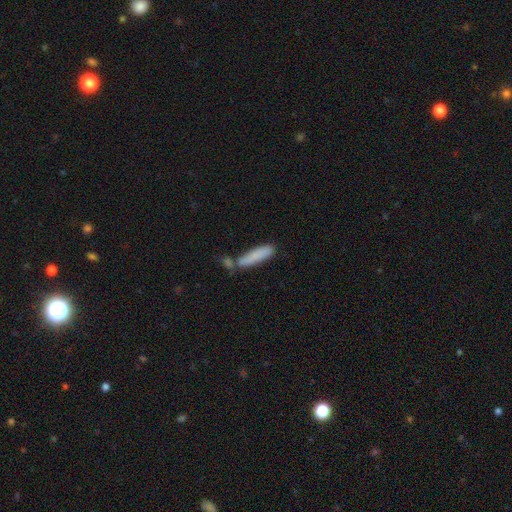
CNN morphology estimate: smooth-or-featured: smooth: 81% | featured or disk: 12% | star or artifact: 7%
  how-rounded: cigar-shaped: 77% | in between: 22% | round: 2%
  merging: none: 57% | merger: 22% | minor disturbance: 16% | major disturbance: 5%